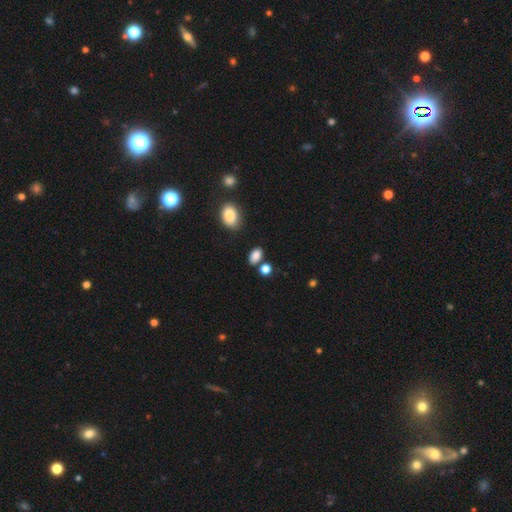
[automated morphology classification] Smooth or featured? Predicted: smooth (p=0.85). How rounded? Predicted: in between (p=0.84). Merging? Predicted: none (p=0.72).